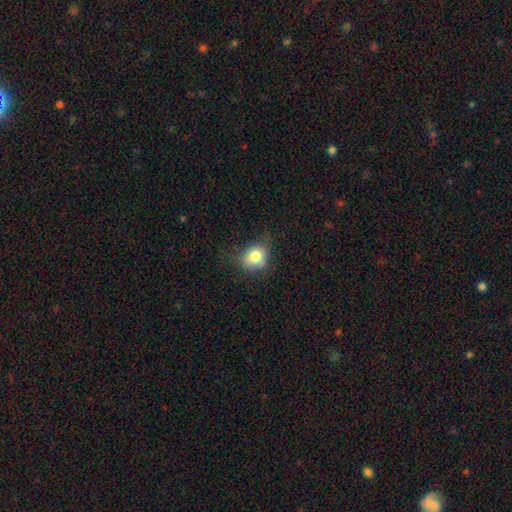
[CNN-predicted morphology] Smooth or featured? Predicted: smooth (p=0.79). How rounded? Predicted: round (p=0.59). Merging? Predicted: none (p=0.60).